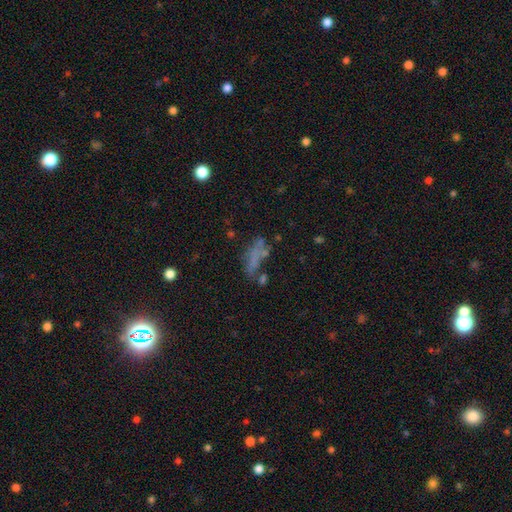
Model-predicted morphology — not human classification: A smooth galaxy with no disk features (47%). Merging: none (43%).